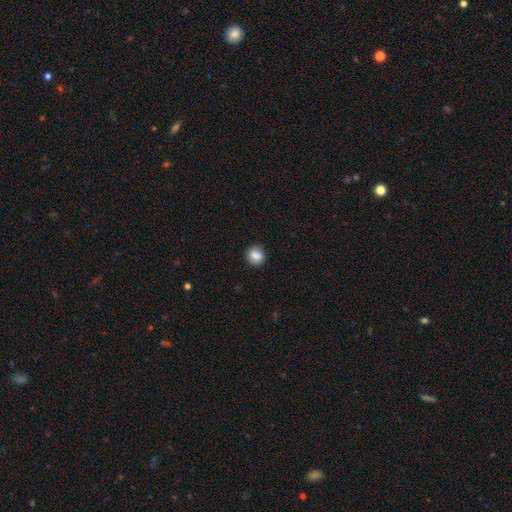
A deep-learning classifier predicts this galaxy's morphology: Q: Smooth or featured?
A: smooth (84%); runner-up: star or artifact (9%)
Q: How rounded?
A: round (78%); runner-up: in between (21%)
Q: Merging?
A: none (83%); runner-up: minor disturbance (12%)